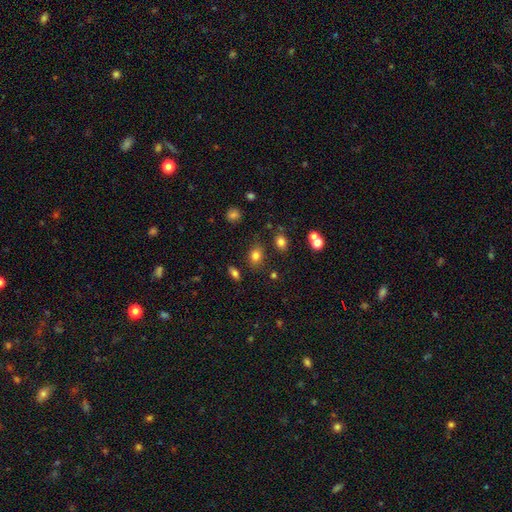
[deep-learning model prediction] This appears to be a smooth galaxy with no disk features (79%) that is in between round and cigar-shaped (65%). Merging: none (78%).